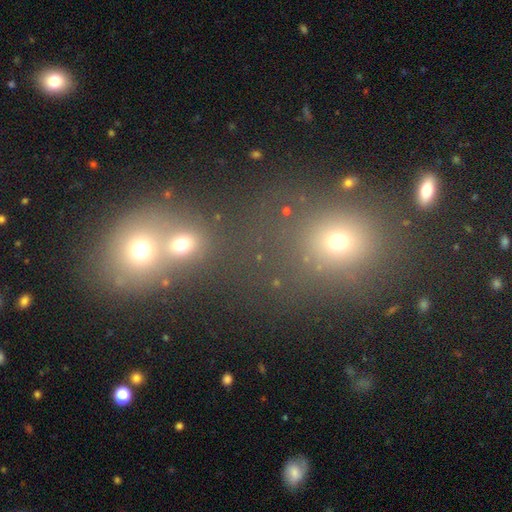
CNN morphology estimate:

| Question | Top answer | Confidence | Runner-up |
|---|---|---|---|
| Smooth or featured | smooth | 54% | star or artifact (34%) |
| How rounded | round | 76% | in between (22%) |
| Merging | none | 51% | merger (37%) |